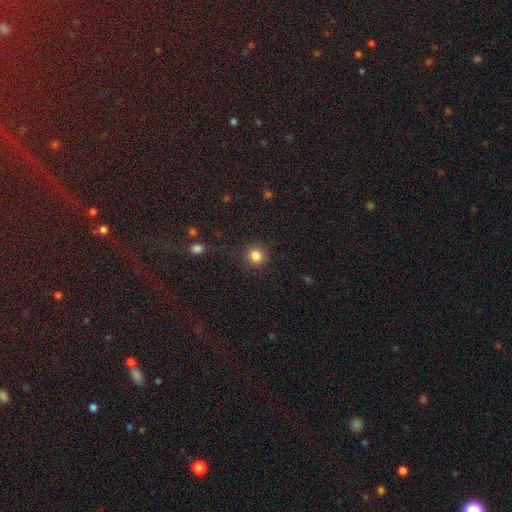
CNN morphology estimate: type=smooth (84%); roundness=round (90%); merging=none (88%).